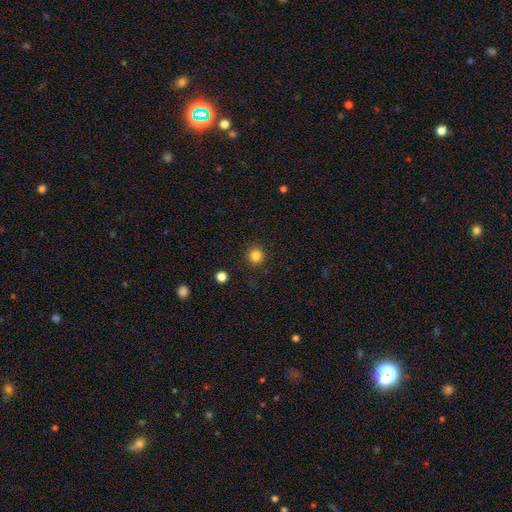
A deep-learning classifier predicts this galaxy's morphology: Smooth or featured? smooth (84%)
How rounded? round (95%)
Merging? none (91%)